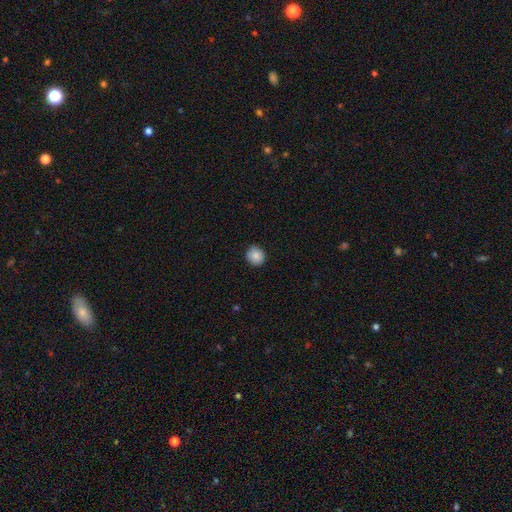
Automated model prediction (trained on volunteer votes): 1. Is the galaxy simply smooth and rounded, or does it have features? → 87% smooth, 9% star or artifact, 4% featured or disk.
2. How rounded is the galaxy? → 85% round, 14% in between, 1% cigar-shaped.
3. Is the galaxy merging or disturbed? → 86% none, 11% minor disturbance, 2% major disturbance, 1% merger.